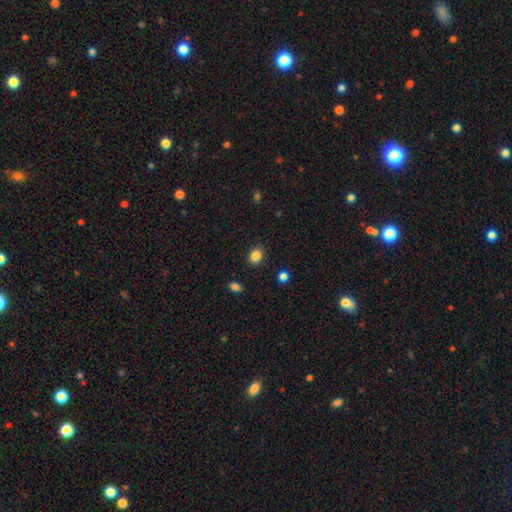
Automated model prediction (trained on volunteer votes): Morphology: type=smooth (86%); roundness=round (50%); merging=none (89%).